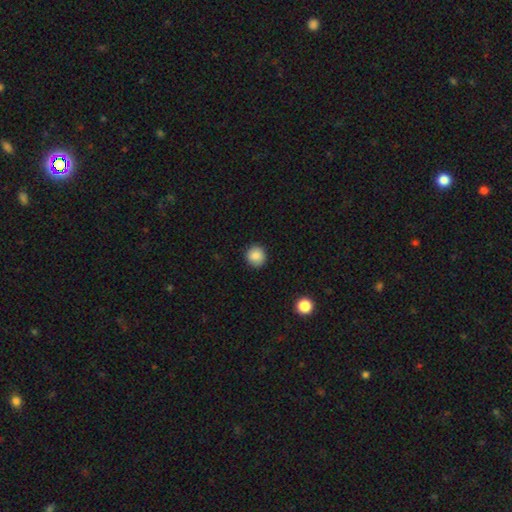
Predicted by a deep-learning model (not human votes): Q: Smooth or featured?
A: smooth (87%); runner-up: star or artifact (9%)
Q: How rounded?
A: round (92%); runner-up: in between (7%)
Q: Merging?
A: none (90%); runner-up: minor disturbance (7%)